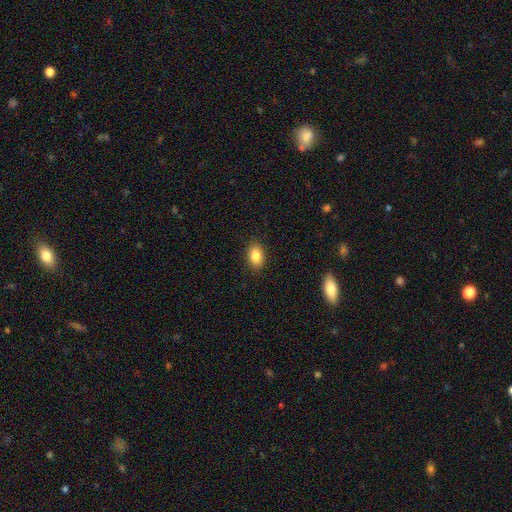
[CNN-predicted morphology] Q: Smooth or featured?
A: smooth (85%); runner-up: star or artifact (9%)
Q: How rounded?
A: in between (82%); runner-up: round (17%)
Q: Merging?
A: none (89%); runner-up: minor disturbance (8%)